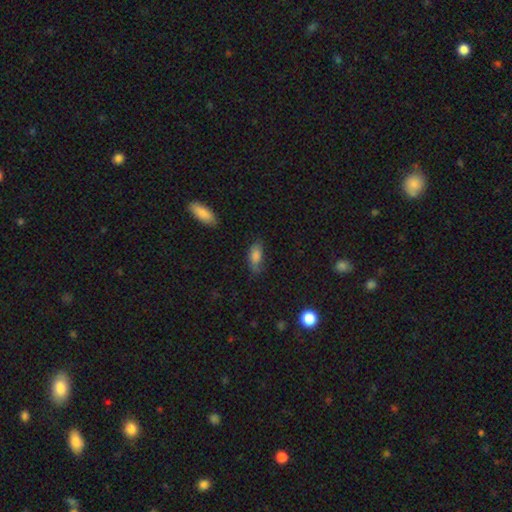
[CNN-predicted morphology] smooth_or_featured: smooth (p=0.78) [alt: featured or disk p=0.12]
how_rounded: in between (p=0.82) [alt: cigar-shaped p=0.14]
merging: none (p=0.64) [alt: minor disturbance p=0.27]